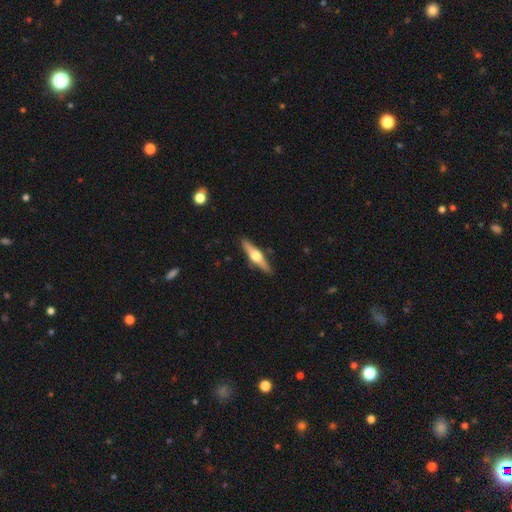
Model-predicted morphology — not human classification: A featured or disk galaxy (62%) viewed edge-on (96%) with a rounded central bulge (95%).

Vote fractions:
- Smooth or featured? featured or disk: 62% / smooth: 32% / star or artifact: 5%
- Edge-on disk? yes: 96% / no: 4%
- Edge-on bulge? rounded: 95% / boxy: 3% / none: 2%
- Merging? none: 89% / minor disturbance: 8% / major disturbance: 2% / merger: 1%